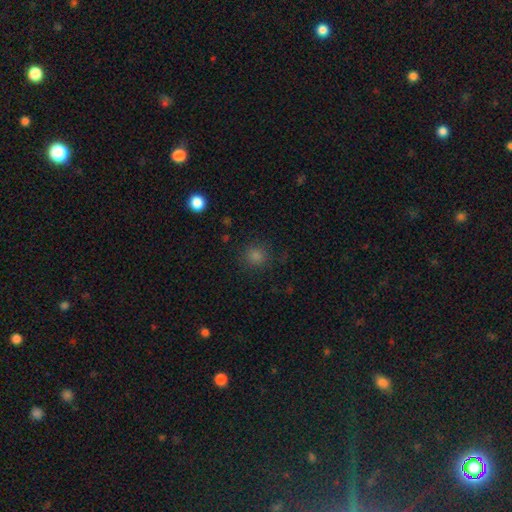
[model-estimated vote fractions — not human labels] smooth_or_featured: smooth (p=0.78) [alt: star or artifact p=0.18]
how_rounded: round (p=0.90) [alt: in between p=0.09]
merging: none (p=0.87) [alt: minor disturbance p=0.08]